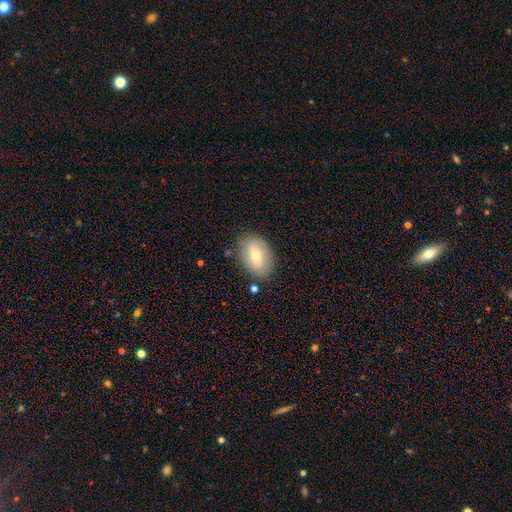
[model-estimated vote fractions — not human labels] A smooth galaxy with no disk features (57%) that is in between round and cigar-shaped (82%). Merging: none (80%).